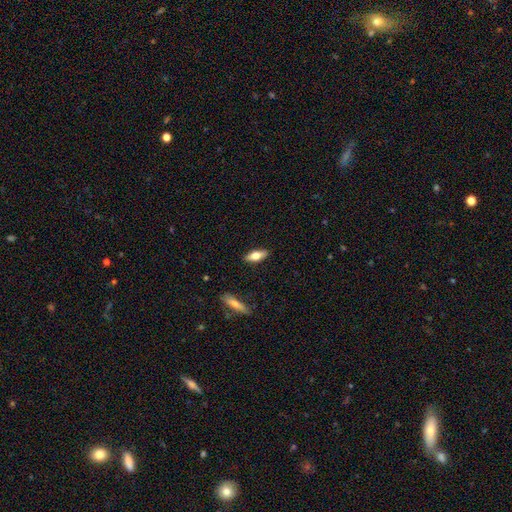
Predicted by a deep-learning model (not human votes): smooth 66%, featured or disk 27%, star or artifact 6%. Down the decision tree: how rounded — in between (68%); merging — none (88%).